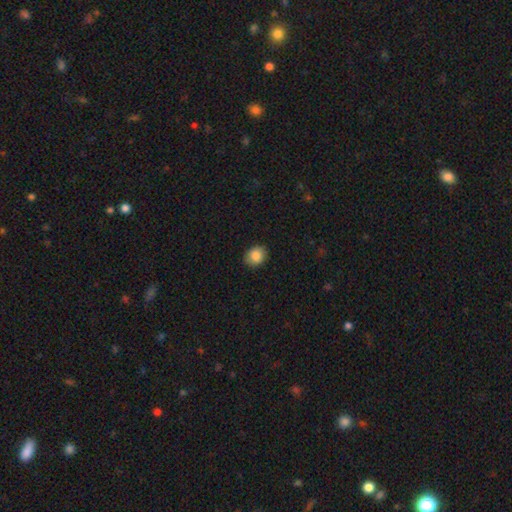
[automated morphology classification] type=smooth (87%); roundness=round (60%); merging=none (87%).